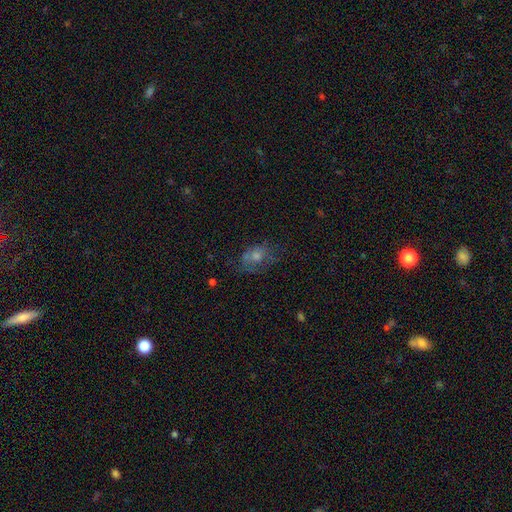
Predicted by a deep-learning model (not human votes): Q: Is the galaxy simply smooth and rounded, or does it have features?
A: smooth — 42%.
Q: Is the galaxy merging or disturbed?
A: none — 58%.